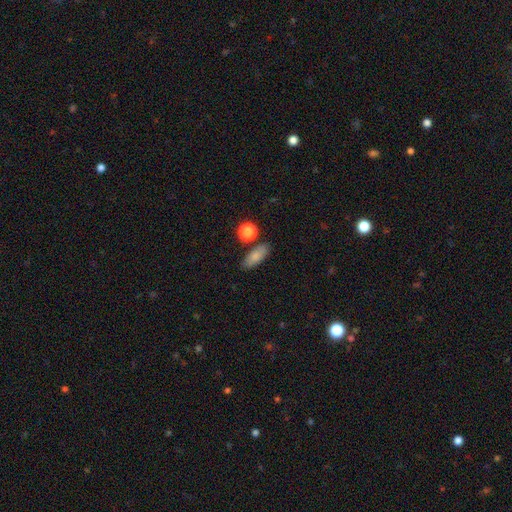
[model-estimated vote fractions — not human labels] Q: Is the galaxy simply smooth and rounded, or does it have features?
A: smooth — 80%.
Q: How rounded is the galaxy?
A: in between — 71%.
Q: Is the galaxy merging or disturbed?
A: none — 78%.